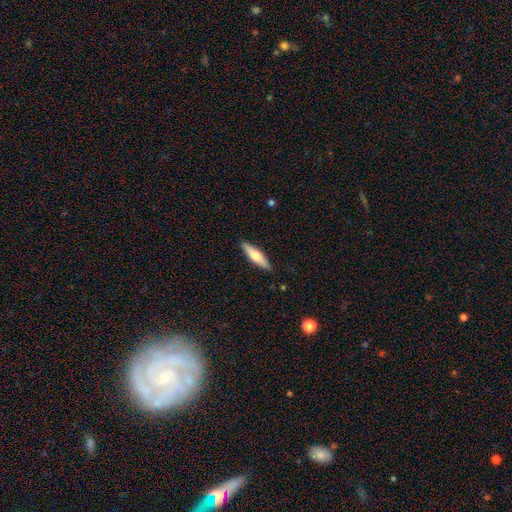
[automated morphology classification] Smooth or featured?
  - smooth: 56% *
  - featured or disk: 39%
  - star or artifact: 5%
How rounded?
  - cigar-shaped: 69% *
  - in between: 30%
  - round: 2%
Merging?
  - none: 89% *
  - minor disturbance: 9%
  - major disturbance: 2%
  - merger: 1%